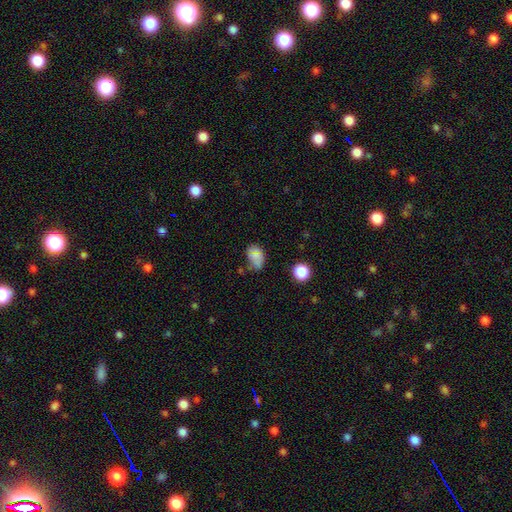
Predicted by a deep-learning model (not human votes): A smooth galaxy with no disk features (63%) that is in between round and cigar-shaped (76%). Merging: none (66%).